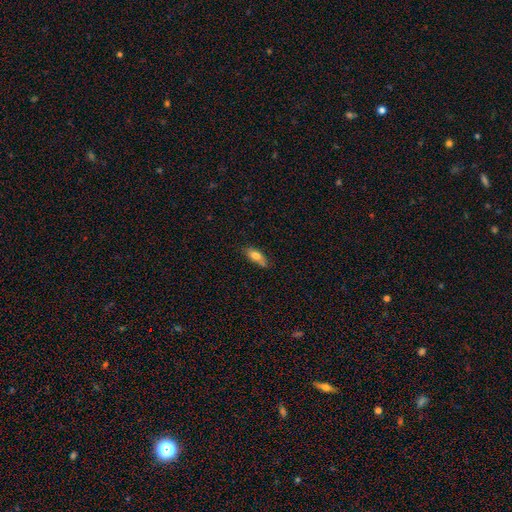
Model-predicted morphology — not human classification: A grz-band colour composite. It shows a smooth galaxy with no disk features (75%) that is in between round and cigar-shaped (72%). Merging: none (63%).